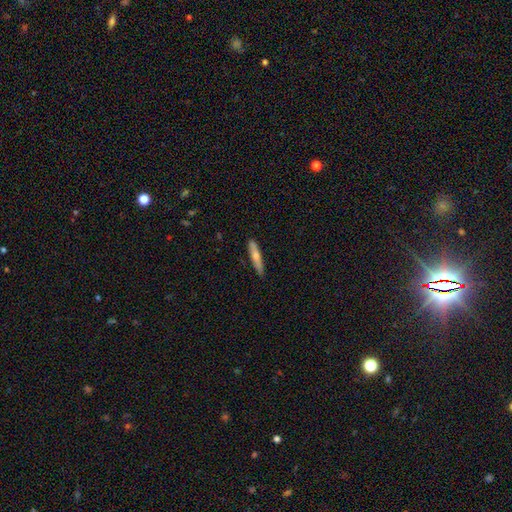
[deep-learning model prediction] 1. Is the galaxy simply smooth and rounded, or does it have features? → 61% smooth, 34% featured or disk, 6% star or artifact.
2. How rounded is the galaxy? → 89% cigar-shaped, 9% in between, 2% round.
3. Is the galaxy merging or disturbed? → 87% none, 10% minor disturbance, 2% major disturbance, 1% merger.